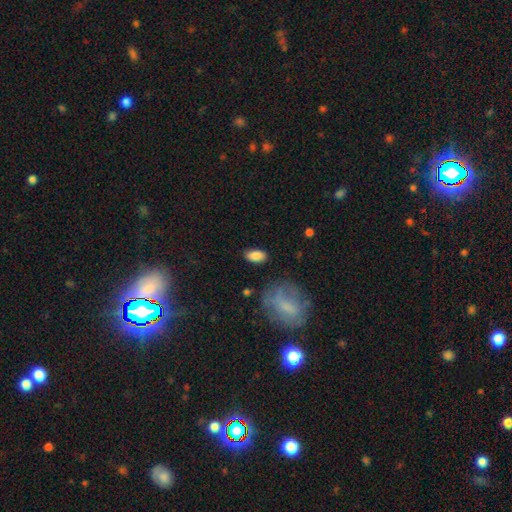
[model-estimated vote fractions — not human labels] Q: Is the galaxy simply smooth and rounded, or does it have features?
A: smooth — 86%.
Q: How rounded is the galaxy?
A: in between — 92%.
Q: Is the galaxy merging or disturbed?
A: none — 86%.